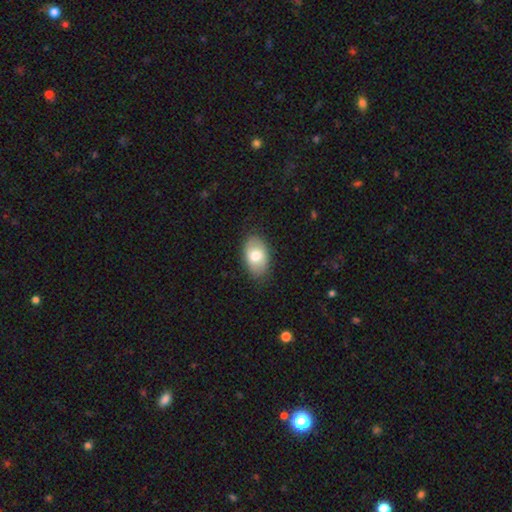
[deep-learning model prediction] Smooth or featured? Predicted: smooth (p=0.71). How rounded? Predicted: in between (p=0.91). Merging? Predicted: none (p=0.83).